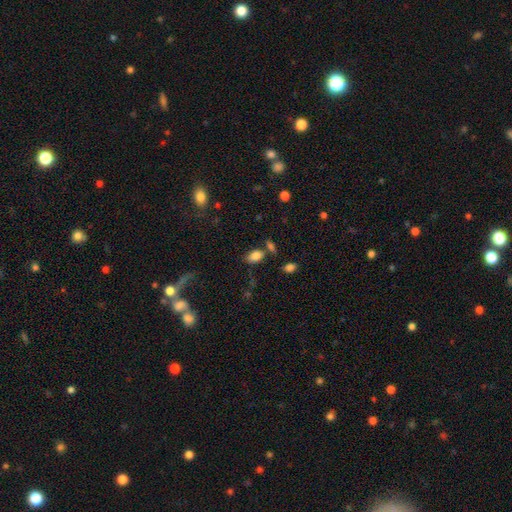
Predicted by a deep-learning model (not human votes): Q: Smooth or featured?
A: smooth (82%); runner-up: star or artifact (10%)
Q: How rounded?
A: in between (89%); runner-up: round (9%)
Q: Merging?
A: none (68%); runner-up: minor disturbance (15%)